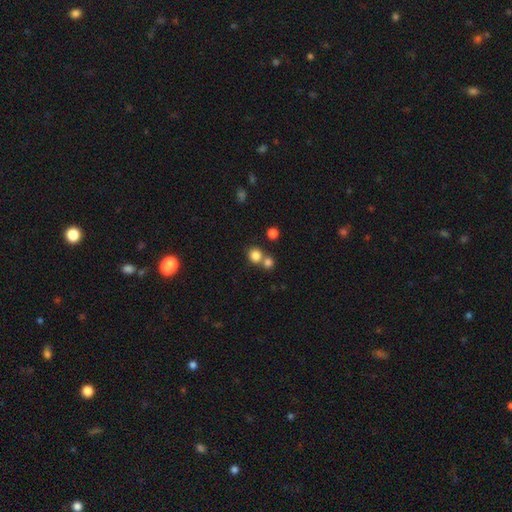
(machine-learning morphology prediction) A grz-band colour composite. It shows a smooth galaxy with no disk features (81%) that is round (83%). Merging: none (53%).